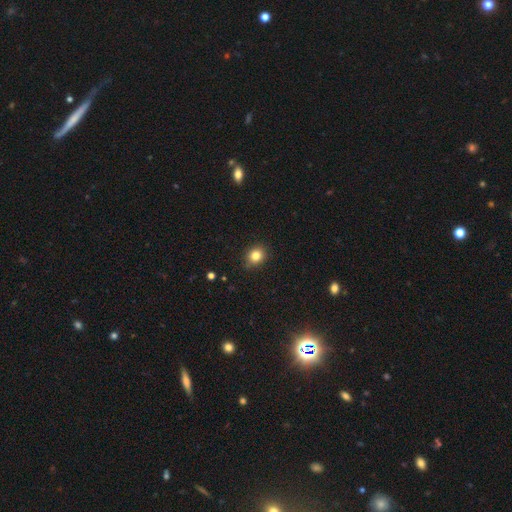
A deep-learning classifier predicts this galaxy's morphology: type=smooth (82%); roundness=round (67%); merging=none (86%).